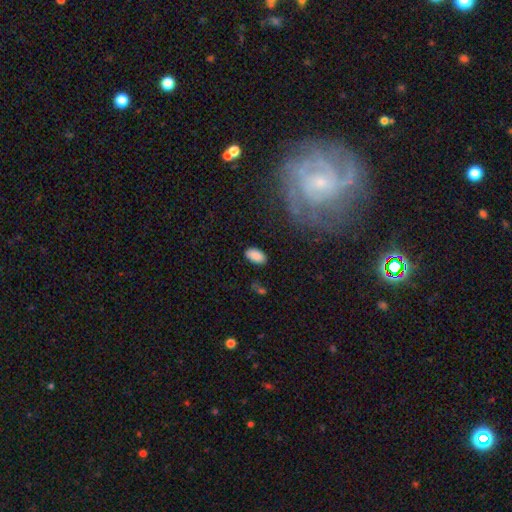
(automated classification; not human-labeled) Overall: smooth (87%). How rounded: in between (95%). Merging: none (84%).